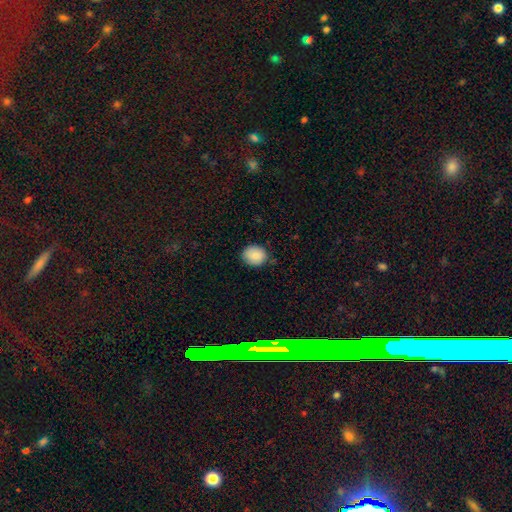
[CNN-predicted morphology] Smooth or featured?
  - smooth: 84% *
  - featured or disk: 9%
  - star or artifact: 7%
How rounded?
  - round: 68% *
  - in between: 31%
  - cigar-shaped: 1%
Merging?
  - none: 78% *
  - minor disturbance: 18%
  - major disturbance: 3%
  - merger: 1%